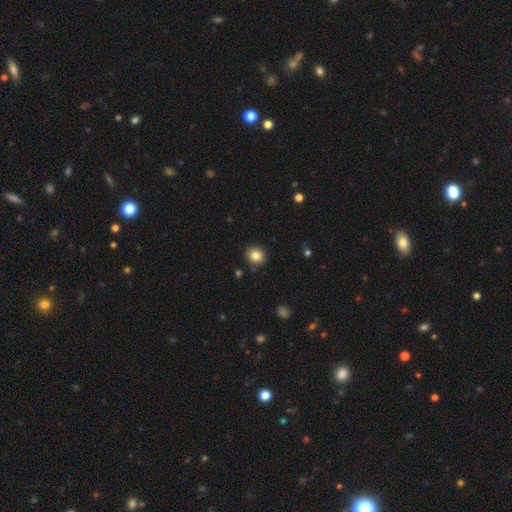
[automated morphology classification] smooth_or_featured: smooth (p=0.84) [alt: star or artifact p=0.10]
how_rounded: round (p=0.85) [alt: in between p=0.14]
merging: none (p=0.89) [alt: minor disturbance p=0.07]